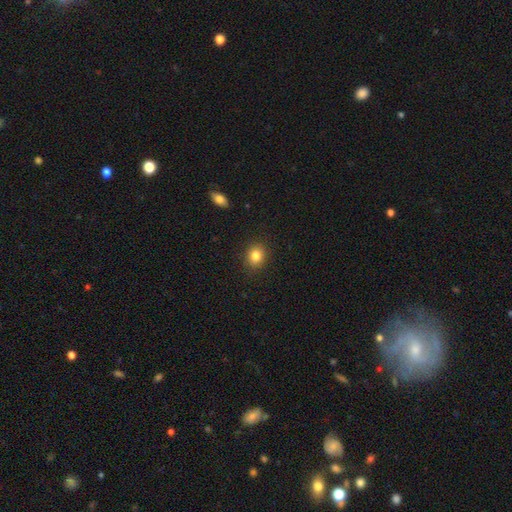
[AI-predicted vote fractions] Smooth or featured?
  - smooth: 83% *
  - star or artifact: 11%
  - featured or disk: 6%
How rounded?
  - round: 68% *
  - in between: 31%
  - cigar-shaped: 1%
Merging?
  - none: 89% *
  - minor disturbance: 7%
  - major disturbance: 2%
  - merger: 1%